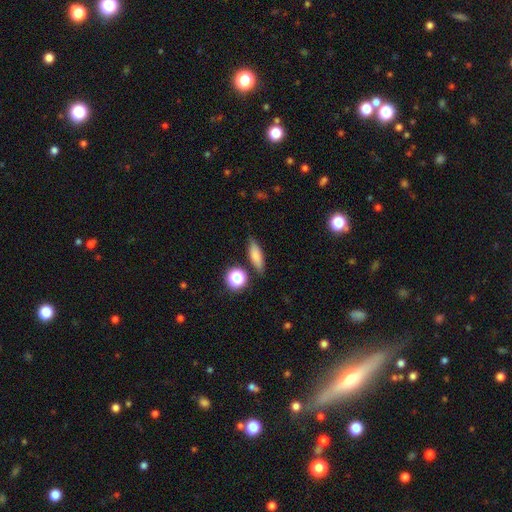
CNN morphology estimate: Smooth or featured?
  - smooth: 77% *
  - featured or disk: 13%
  - star or artifact: 10%
How rounded?
  - in between: 49% *
  - cigar-shaped: 42%
  - round: 8%
Merging?
  - none: 81% *
  - minor disturbance: 12%
  - merger: 5%
  - major disturbance: 3%